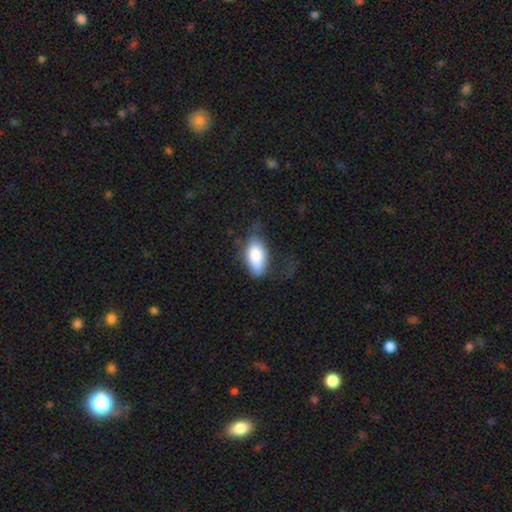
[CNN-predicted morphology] Smooth or featured: smooth — 78% (featured or disk — 15%)
How rounded: in between — 91% (cigar-shaped — 6%)
Merging: none — 39% (minor disturbance — 33%)